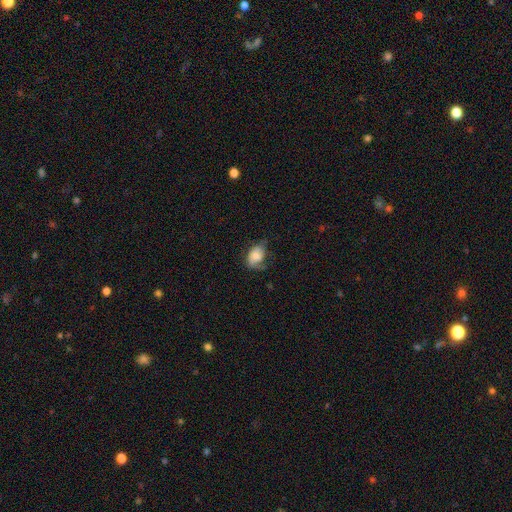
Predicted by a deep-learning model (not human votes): smooth-or-featured: smooth: 61% | featured or disk: 30% | star or artifact: 8%
  how-rounded: in between: 74% | round: 24% | cigar-shaped: 1%
  merging: none: 38% | minor disturbance: 33% | major disturbance: 27% | merger: 2%